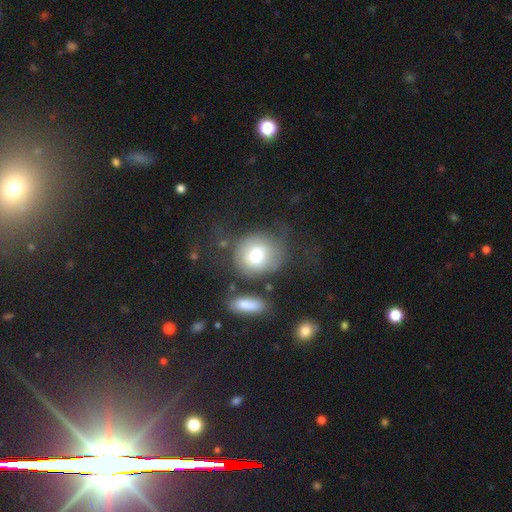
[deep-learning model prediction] This is likely a smooth galaxy (72%). How rounded: likely round (79%). Merging: possibly none (54%).